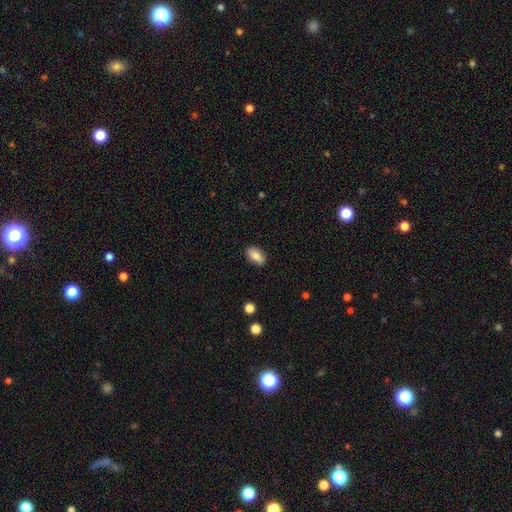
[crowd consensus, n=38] Morphology: type=smooth (89%); roundness=in between (91%); merging=none (89%).